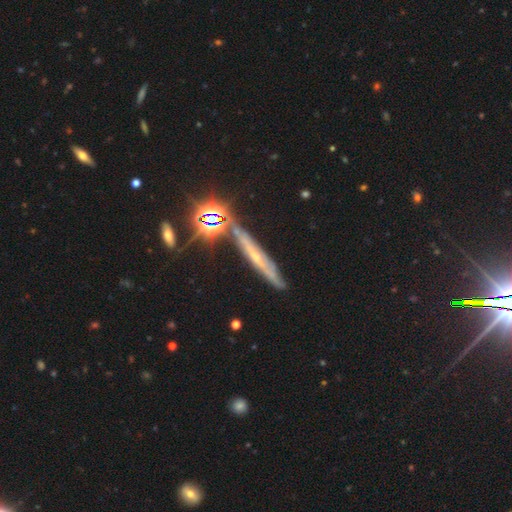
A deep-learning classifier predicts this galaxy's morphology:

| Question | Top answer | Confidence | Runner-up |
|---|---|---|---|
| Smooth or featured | featured or disk | 54% | star or artifact (24%) |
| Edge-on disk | yes | 77% | no (23%) |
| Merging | none | 74% | minor disturbance (17%) |